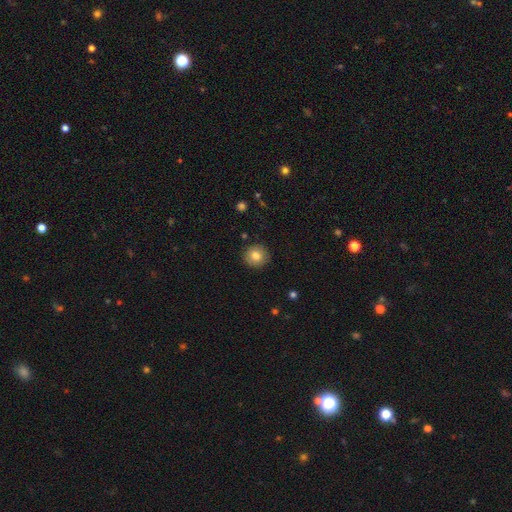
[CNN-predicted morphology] A smooth galaxy with no disk features (81%) that is round (93%).

Vote fractions:
- Smooth or featured? smooth: 81% / featured or disk: 9% / star or artifact: 9%
- How rounded? round: 93% / in between: 6% / cigar-shaped: 1%
- Merging? none: 90% / minor disturbance: 7% / major disturbance: 2% / merger: 1%